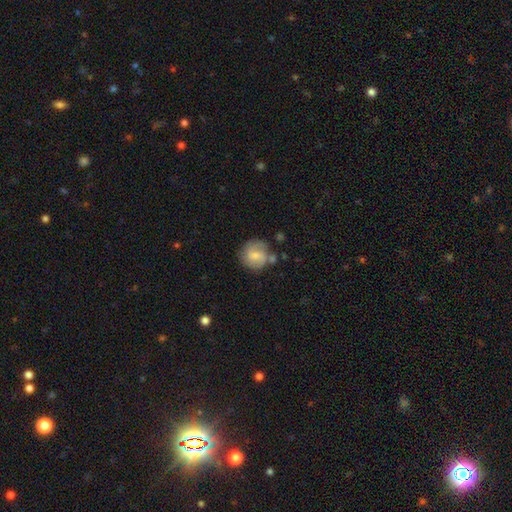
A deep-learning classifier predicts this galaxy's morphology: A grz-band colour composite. It shows a smooth galaxy with no disk features (53%) that is round (84%). Merging: none (58%).